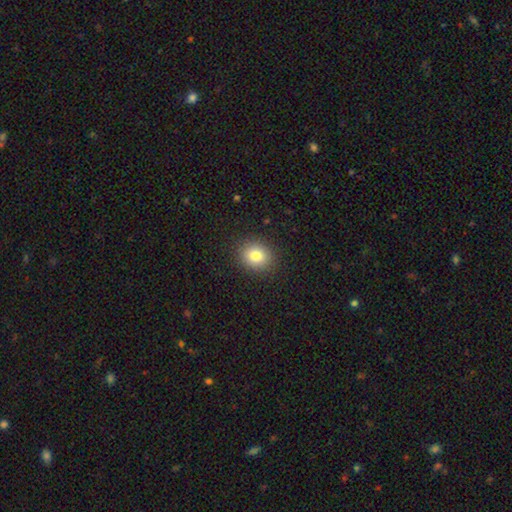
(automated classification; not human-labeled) Smooth or featured: smooth — 81% (star or artifact — 11%)
How rounded: round — 74% (in between — 25%)
Merging: none — 90% (minor disturbance — 7%)